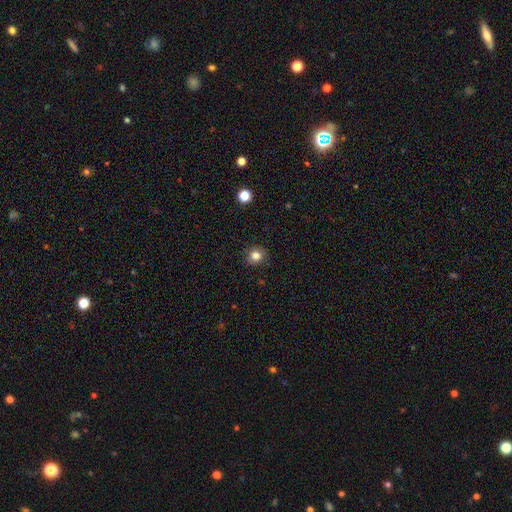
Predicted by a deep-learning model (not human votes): Smooth or featured: smooth — 81% (star or artifact — 12%)
How rounded: round — 85% (in between — 14%)
Merging: none — 89% (minor disturbance — 8%)